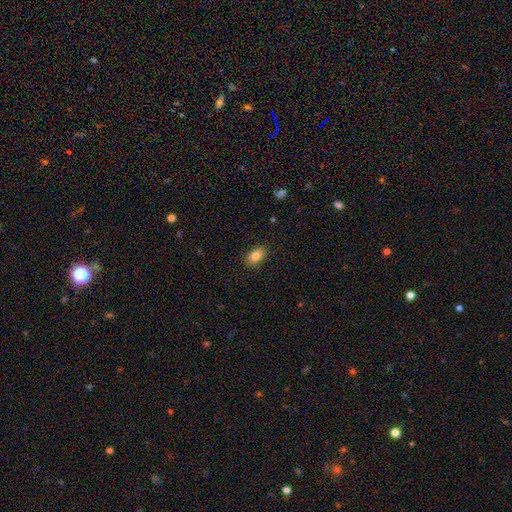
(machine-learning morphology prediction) smooth_or_featured: smooth (p=0.83) [alt: star or artifact p=0.09]
how_rounded: in between (p=0.86) [alt: round p=0.12]
merging: none (p=0.87) [alt: minor disturbance p=0.09]